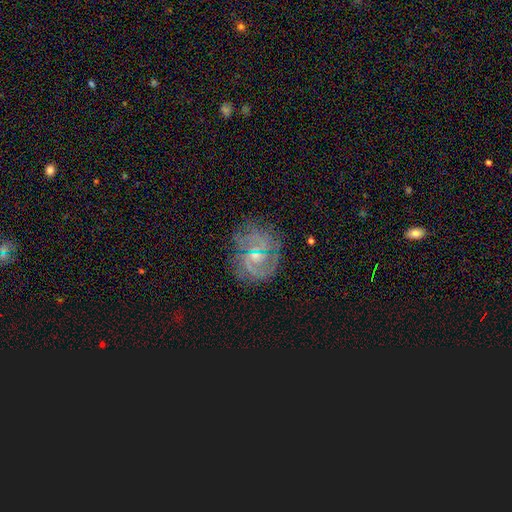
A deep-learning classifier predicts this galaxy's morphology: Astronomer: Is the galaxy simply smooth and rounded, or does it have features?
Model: featured or disk — 71%.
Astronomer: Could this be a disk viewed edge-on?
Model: no — 98%.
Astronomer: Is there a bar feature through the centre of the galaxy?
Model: weak — 51% (runner-up: no, 38%).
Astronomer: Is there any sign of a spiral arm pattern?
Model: yes — 84%.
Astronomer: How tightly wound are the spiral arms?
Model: tight — 42% (runner-up: medium, 41%).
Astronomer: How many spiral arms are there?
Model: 2 — 42% (runner-up: can't tell, 31%).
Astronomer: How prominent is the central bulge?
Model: small — 56%.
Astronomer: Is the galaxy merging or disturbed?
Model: none — 67%.